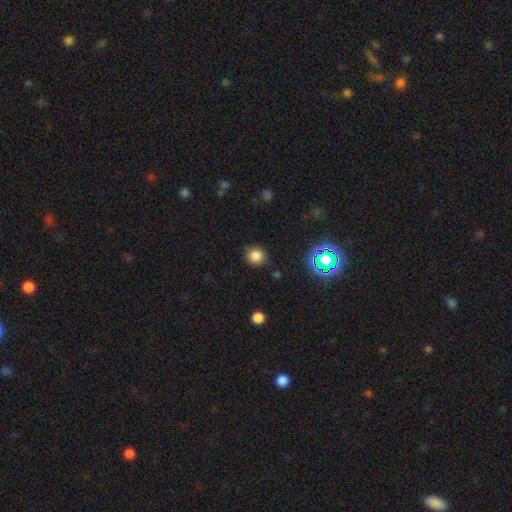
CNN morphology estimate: A smooth galaxy with no disk features (78%) that is round (88%).

Vote fractions:
- Smooth or featured? smooth: 78% / star or artifact: 16% / featured or disk: 5%
- How rounded? round: 88% / in between: 11% / cigar-shaped: 1%
- Merging? none: 85% / minor disturbance: 10% / major disturbance: 3% / merger: 2%